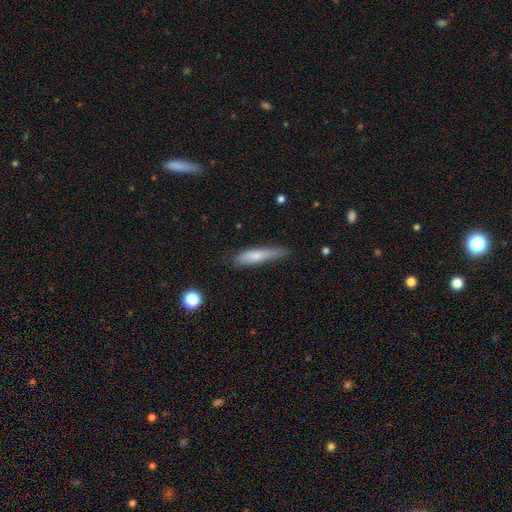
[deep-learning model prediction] Smooth or featured? smooth (72%)
How rounded? cigar-shaped (84%)
Merging? none (63%)